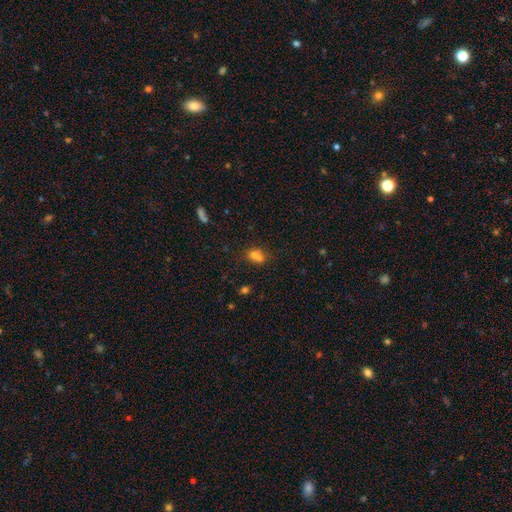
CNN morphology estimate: type=smooth (66%); roundness=round (65%); merging=merger (56%).